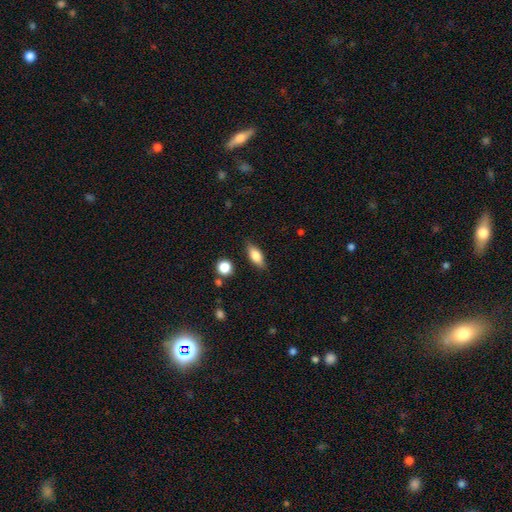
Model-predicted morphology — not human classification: Overall: smooth (74%). How rounded: in between (74%). Merging: none (83%).